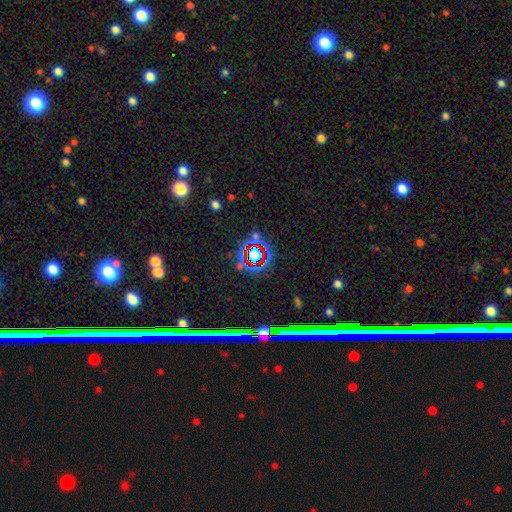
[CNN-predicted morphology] Smooth or featured? Predicted: star or artifact (p=0.67).